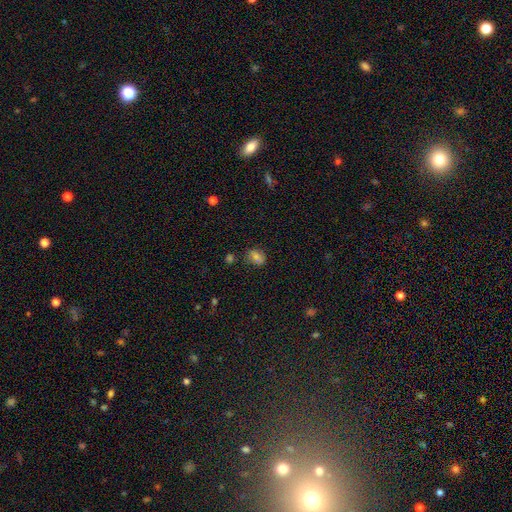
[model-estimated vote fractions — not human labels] This appears to be a smooth galaxy with no disk features (63%) that is in between round and cigar-shaped (69%). Merging: none (75%).